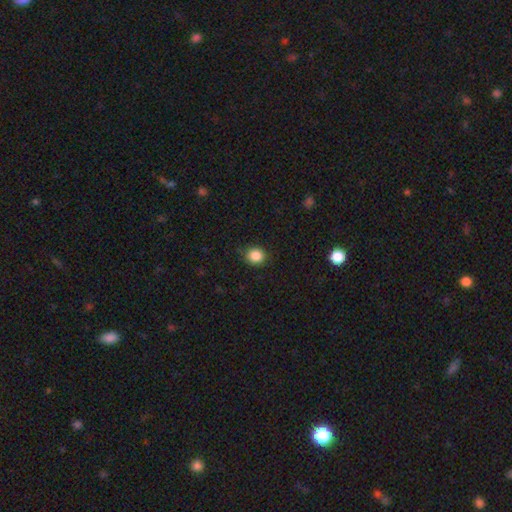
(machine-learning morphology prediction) The model was most divided on "how rounded": round: 82%, in between: 17%, cigar-shaped: 1%. More confident: smooth or featured — smooth (86%); merging — none (86%).